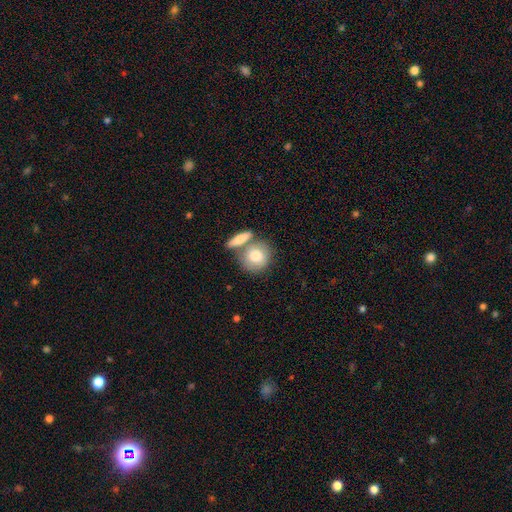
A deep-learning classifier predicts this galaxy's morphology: smooth_or_featured: smooth (p=0.76) [alt: featured or disk p=0.18]
how_rounded: round (p=0.78) [alt: in between p=0.20]
merging: none (p=0.53) [alt: merger p=0.32]